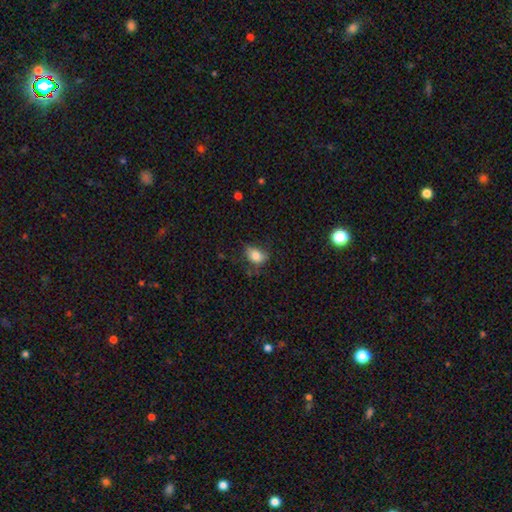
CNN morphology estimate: Smooth or featured? Predicted: smooth (p=0.81). How rounded? Predicted: in between (p=0.75). Merging? Predicted: none (p=0.55).